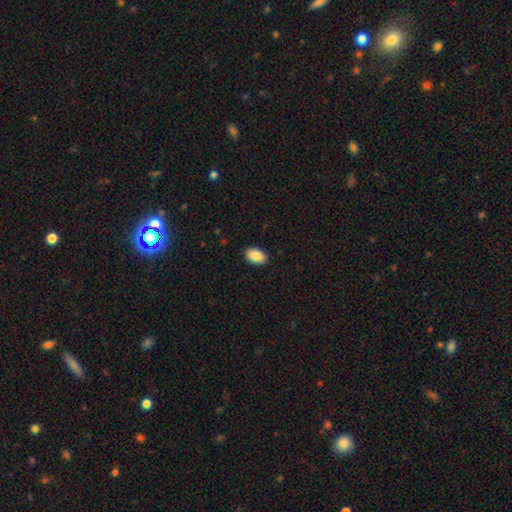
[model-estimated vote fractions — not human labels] Smooth or featured? smooth (89%)
How rounded? in between (90%)
Merging? none (90%)